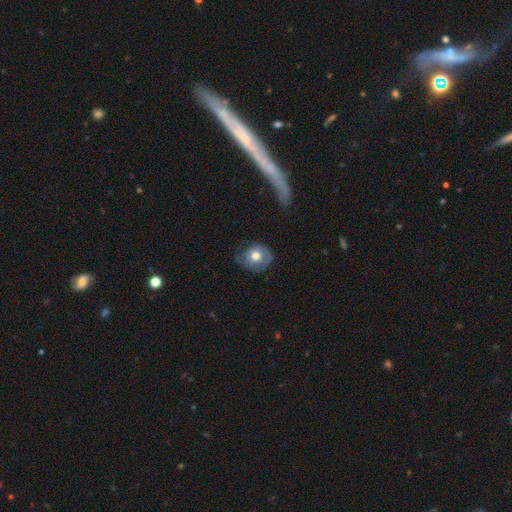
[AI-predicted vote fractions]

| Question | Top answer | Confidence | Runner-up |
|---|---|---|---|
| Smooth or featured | smooth | 67% | featured or disk (25%) |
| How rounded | round | 77% | in between (22%) |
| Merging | none | 56% | minor disturbance (30%) |